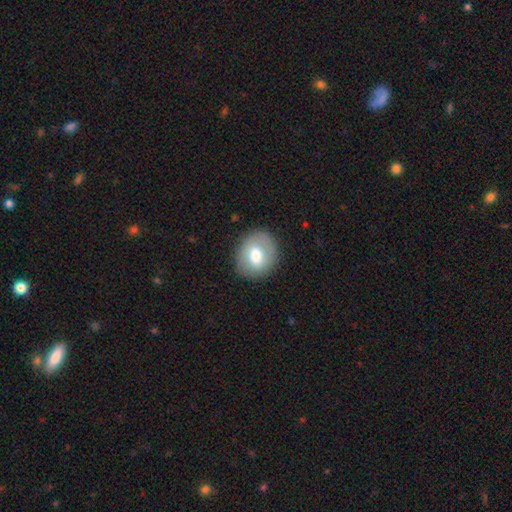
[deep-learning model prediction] Smooth or featured?
  - smooth: 66% *
  - featured or disk: 26%
  - star or artifact: 7%
How rounded?
  - round: 58% *
  - in between: 41%
  - cigar-shaped: 1%
Merging?
  - none: 84% *
  - minor disturbance: 11%
  - major disturbance: 4%
  - merger: 1%